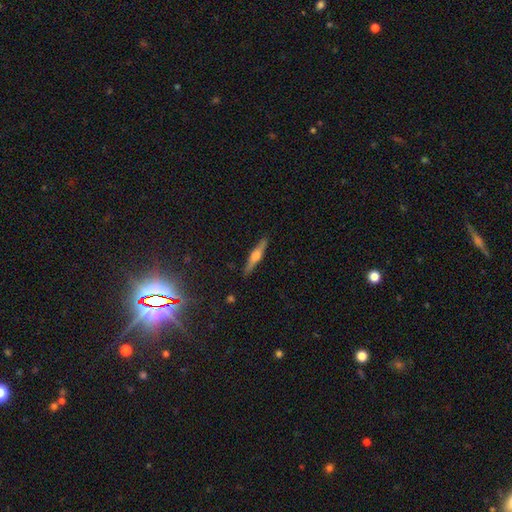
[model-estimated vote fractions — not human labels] A featured or disk galaxy (65%) viewed edge-on (97%) with a rounded central bulge (91%). Merging: none (90%).